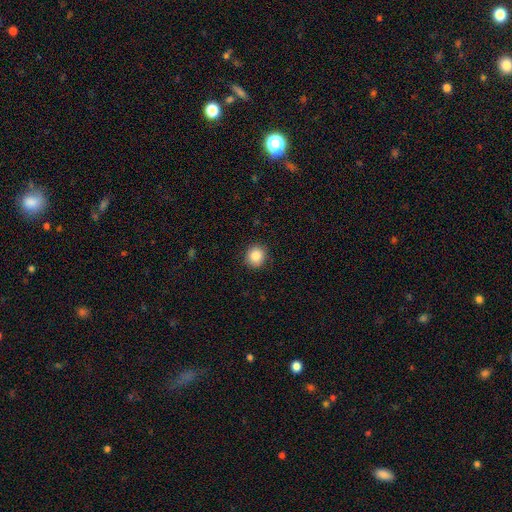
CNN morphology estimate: Smooth or featured?
  - smooth: 86% *
  - star or artifact: 9%
  - featured or disk: 4%
How rounded?
  - round: 86% *
  - in between: 13%
  - cigar-shaped: 1%
Merging?
  - none: 90% *
  - minor disturbance: 7%
  - major disturbance: 2%
  - merger: 1%